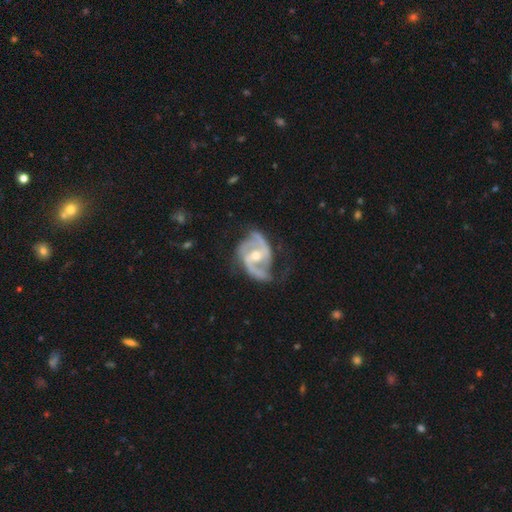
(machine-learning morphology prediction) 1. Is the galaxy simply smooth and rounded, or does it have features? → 90% featured or disk, 5% smooth, 5% star or artifact.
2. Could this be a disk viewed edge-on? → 97% no, 3% yes.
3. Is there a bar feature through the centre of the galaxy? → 39% weak, 36% no, 25% strong.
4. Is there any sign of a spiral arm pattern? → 96% yes, 4% no.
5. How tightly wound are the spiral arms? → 52% medium, 26% loose, 22% tight.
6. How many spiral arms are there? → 73% 2, 15% 3, 5% can't tell, 3% 1, 2% 4, 2% more than 4.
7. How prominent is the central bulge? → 64% moderate, 33% small, 2% large, 1% none, 1% dominant.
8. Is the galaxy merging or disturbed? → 60% none, 24% minor disturbance, 14% major disturbance, 2% merger.